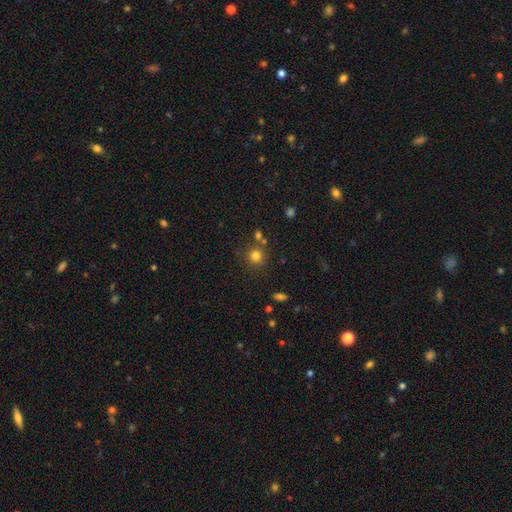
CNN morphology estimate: Smooth or featured?
  - smooth: 79% *
  - star or artifact: 14%
  - featured or disk: 7%
How rounded?
  - round: 90% *
  - in between: 9%
  - cigar-shaped: 1%
Merging?
  - none: 74% *
  - merger: 13%
  - minor disturbance: 10%
  - major disturbance: 4%